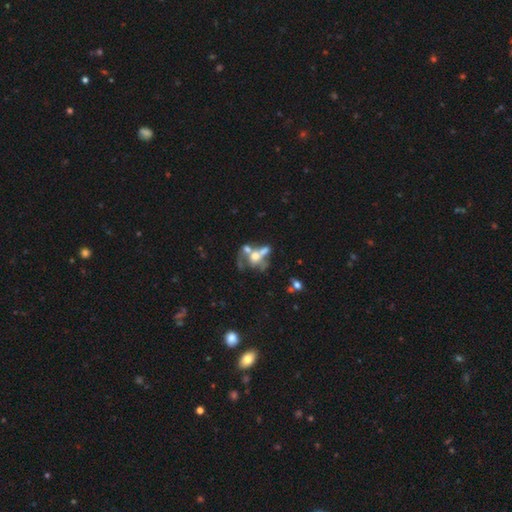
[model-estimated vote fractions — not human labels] This is possibly a featured or disk galaxy (53%). It is clearly not viewed edge-on (94%). Merging: possibly merger (52%).